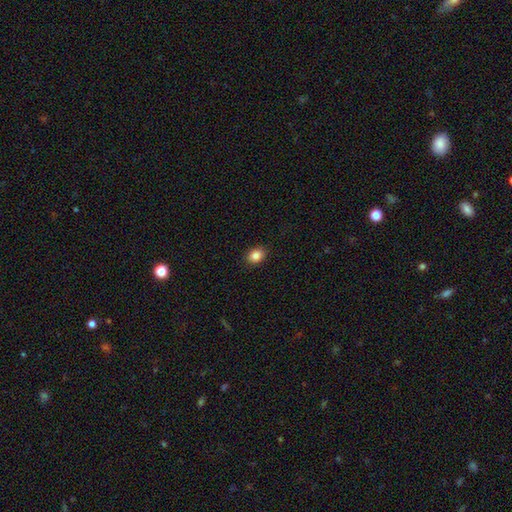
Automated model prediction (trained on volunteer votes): Smooth or featured?
  - smooth: 85% *
  - star or artifact: 10%
  - featured or disk: 5%
How rounded?
  - in between: 61% *
  - round: 38%
  - cigar-shaped: 1%
Merging?
  - none: 90% *
  - minor disturbance: 7%
  - major disturbance: 2%
  - merger: 1%